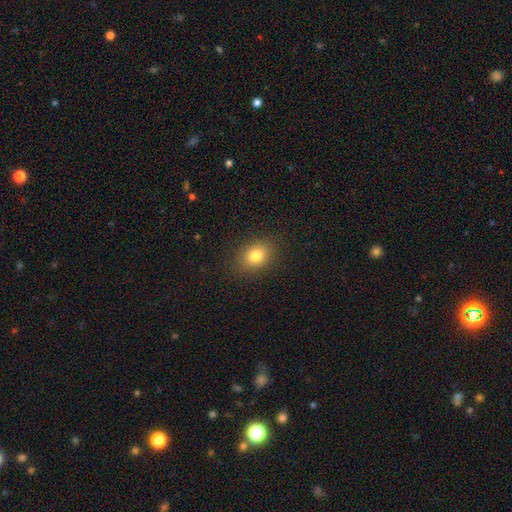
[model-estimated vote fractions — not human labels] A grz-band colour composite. It shows a smooth galaxy with no disk features (82%) that is in between round and cigar-shaped (66%). Merging: none (88%).